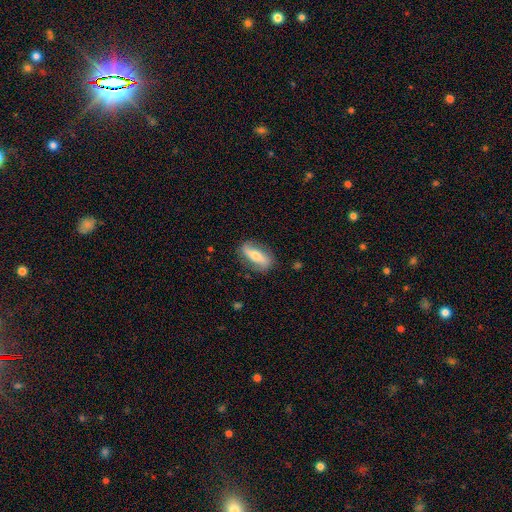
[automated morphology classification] This is possibly a featured or disk galaxy (60%). It is likely not viewed edge-on (72%). Merging: likely none (79%).